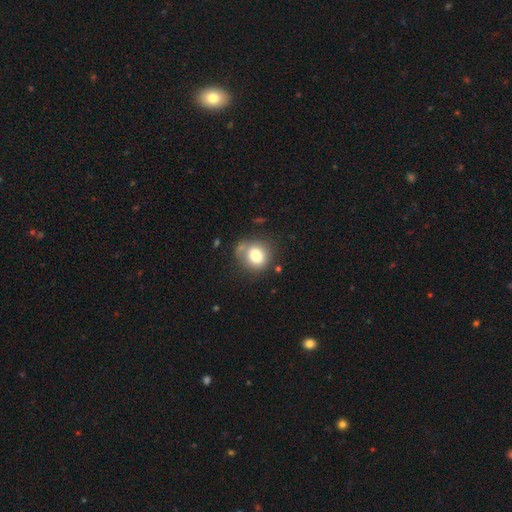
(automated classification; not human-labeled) Smooth or featured? Predicted: smooth (p=0.79). How rounded? Predicted: round (p=0.79). Merging? Predicted: none (p=0.63).